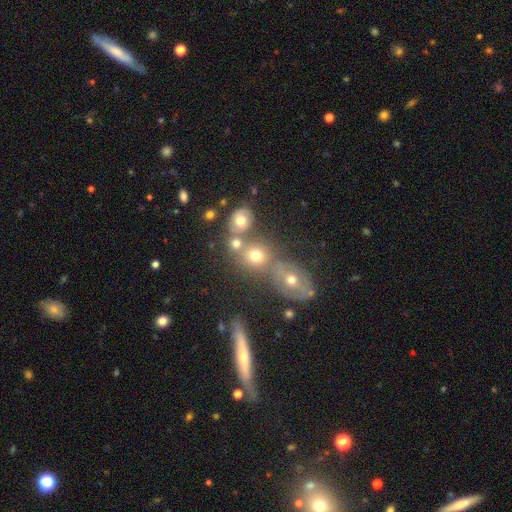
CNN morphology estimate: Q: Smooth or featured?
A: smooth (68%); runner-up: featured or disk (16%)
Q: How rounded?
A: round (69%); runner-up: in between (29%)
Q: Merging?
A: none (44%); runner-up: merger (41%)